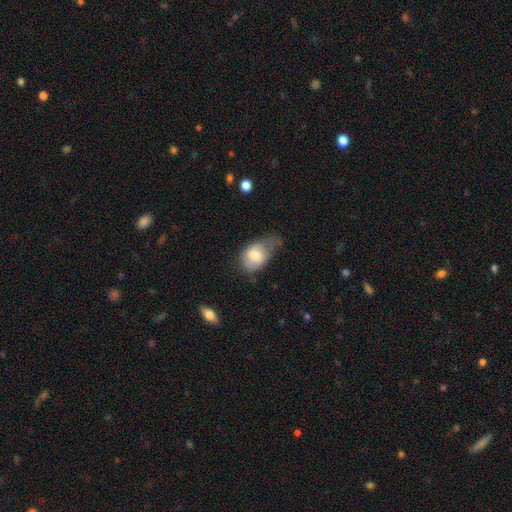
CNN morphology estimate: Q: Smooth or featured?
A: smooth (72%); runner-up: featured or disk (21%)
Q: How rounded?
A: in between (78%); runner-up: round (20%)
Q: Merging?
A: minor disturbance (40%); runner-up: none (29%)